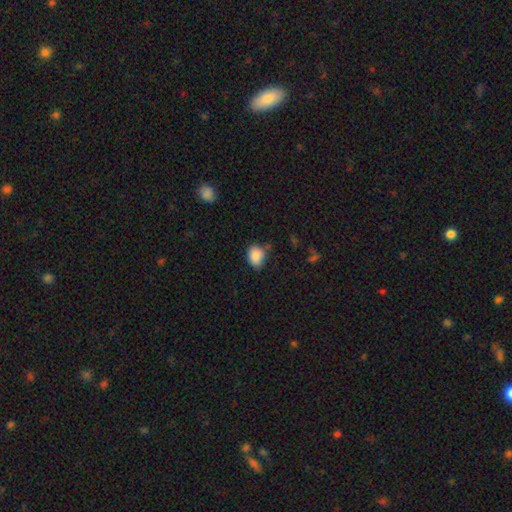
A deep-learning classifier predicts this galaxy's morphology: smooth-or-featured: smooth: 88% | star or artifact: 8% | featured or disk: 4%
  how-rounded: in between: 57% | round: 42% | cigar-shaped: 1%
  merging: none: 70% | minor disturbance: 21% | merger: 4% | major disturbance: 4%